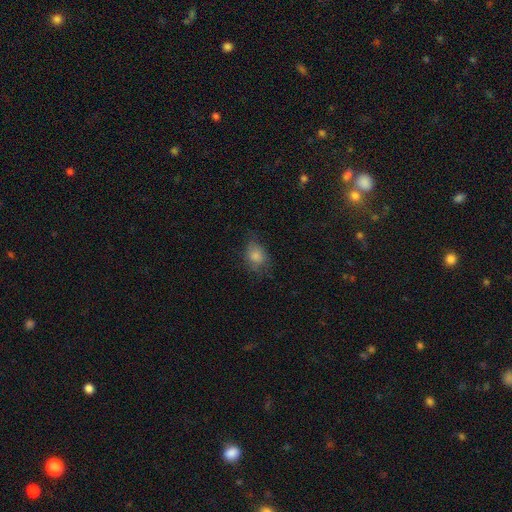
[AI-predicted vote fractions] Smooth or featured? Predicted: smooth (p=0.80). How rounded? Predicted: in between (p=0.59). Merging? Predicted: none (p=0.58).